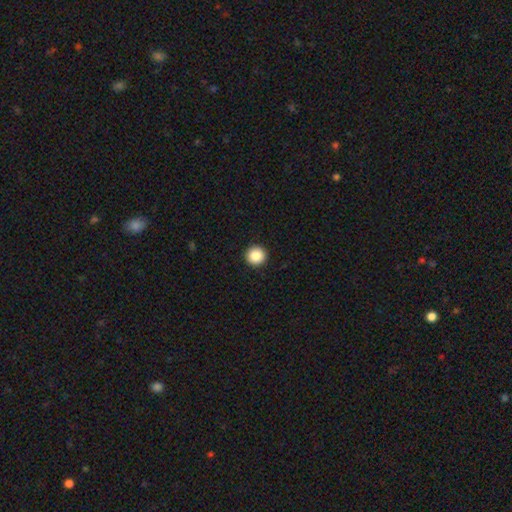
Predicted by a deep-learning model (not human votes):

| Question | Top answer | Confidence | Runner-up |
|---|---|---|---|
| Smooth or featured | smooth | 87% | star or artifact (9%) |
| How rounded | round | 96% | in between (3%) |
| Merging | none | 94% | minor disturbance (4%) |